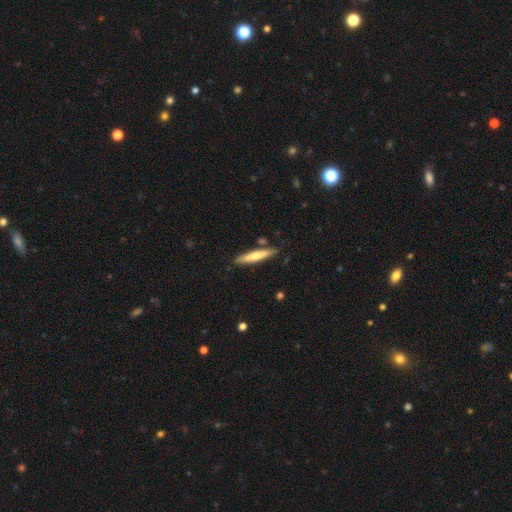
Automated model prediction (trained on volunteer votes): Smooth or featured? Predicted: smooth (p=0.57). How rounded? Predicted: cigar-shaped (p=0.90). Merging? Predicted: none (p=0.83).